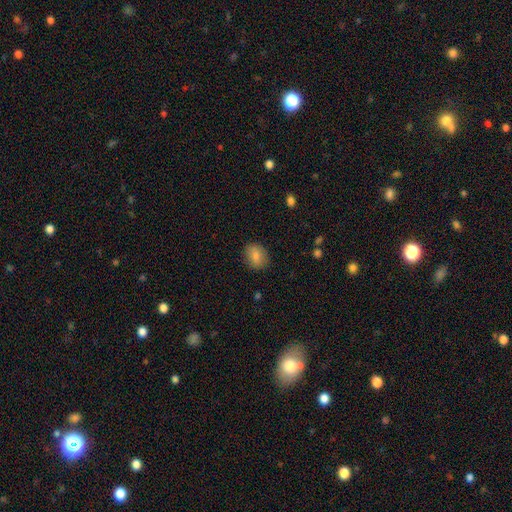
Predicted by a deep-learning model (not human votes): smooth_or_featured: smooth (p=0.80) [alt: featured or disk p=0.11]
how_rounded: round (p=0.49) [tied with: in between p=0.49]
merging: none (p=0.86) [alt: minor disturbance p=0.10]